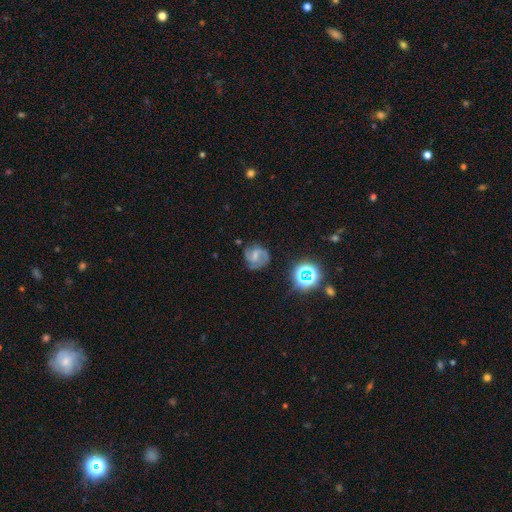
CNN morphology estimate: Smooth or featured? featured or disk (70%)
Edge-on disk? no (98%)
Bar? weak (54%)
Spiral arms? yes (94%)
Spiral winding? medium (52%)
Spiral arm count? 2 (78%)
Bulge size? small (47%)
Merging? none (72%)